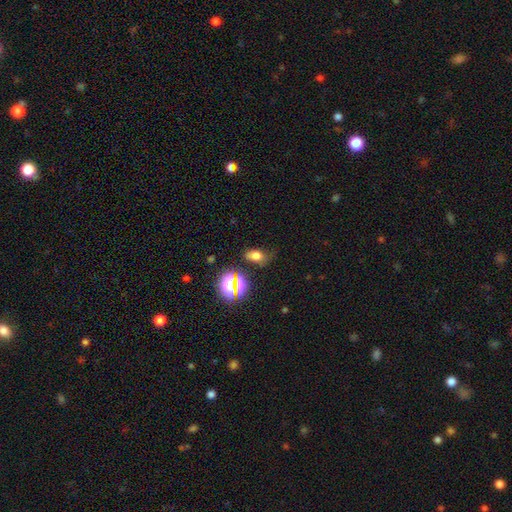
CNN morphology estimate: Q: Smooth or featured?
A: smooth (65%); runner-up: star or artifact (25%)
Q: How rounded?
A: in between (83%); runner-up: round (14%)
Q: Merging?
A: none (62%); runner-up: minor disturbance (23%)